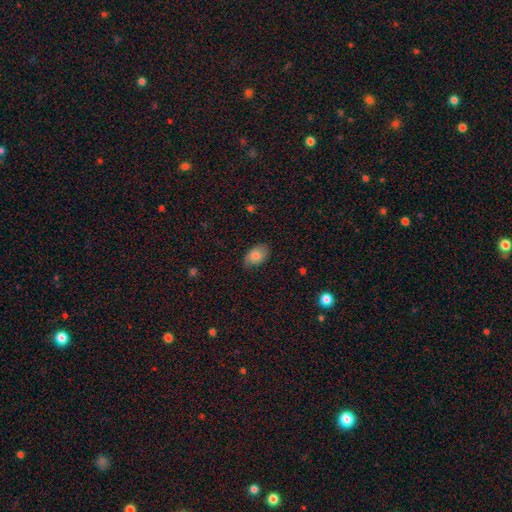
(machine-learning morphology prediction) smooth_or_featured: smooth (p=0.81) [alt: featured or disk p=0.11]
how_rounded: in between (p=0.89) [alt: round p=0.09]
merging: none (p=0.77) [alt: minor disturbance p=0.18]